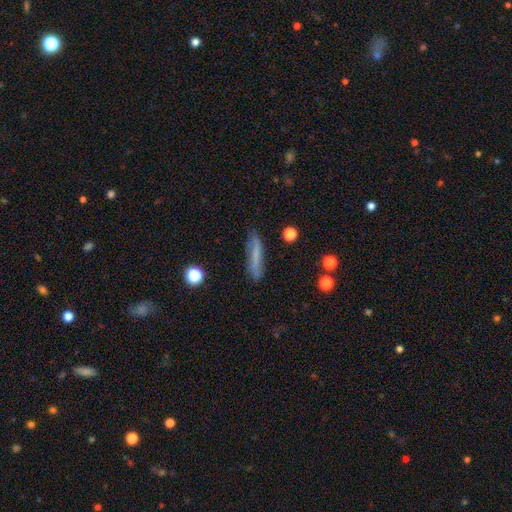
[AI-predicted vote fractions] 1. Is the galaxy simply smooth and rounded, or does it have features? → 61% smooth, 29% featured or disk, 9% star or artifact.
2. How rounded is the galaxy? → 85% cigar-shaped, 13% in between, 2% round.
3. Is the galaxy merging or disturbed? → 78% none, 16% minor disturbance, 4% major disturbance, 2% merger.